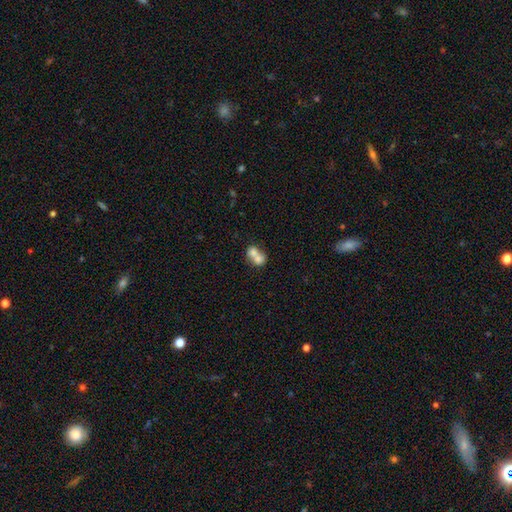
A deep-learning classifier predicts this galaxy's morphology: type=smooth (69%); roundness=round (53%); merging=merger (74%).